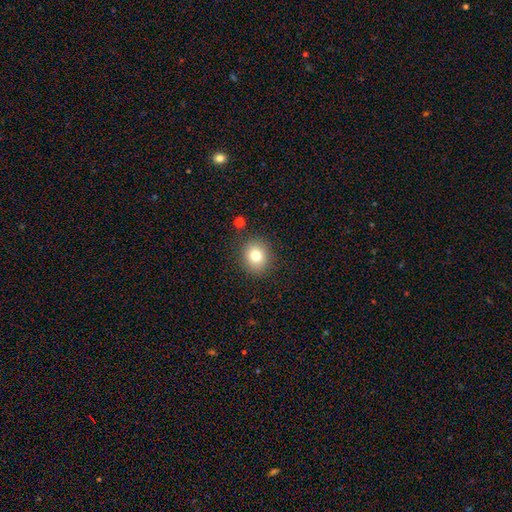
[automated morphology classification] Overall: smooth (79%). How rounded: round (80%). Merging: none (87%).